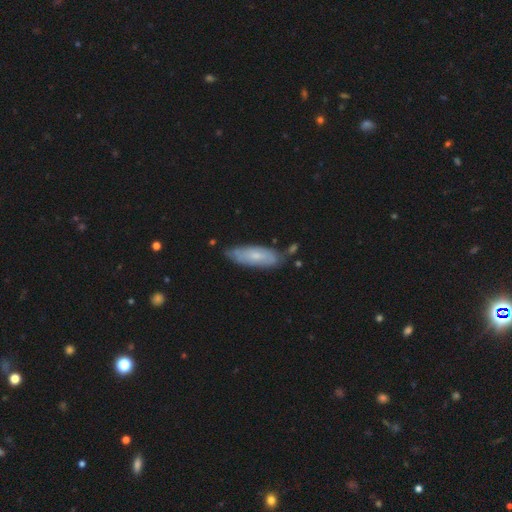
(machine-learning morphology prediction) Overall: smooth (58%; featured or disk 36%). How rounded: in between (57%; cigar-shaped 42%). Merging: none (69%).